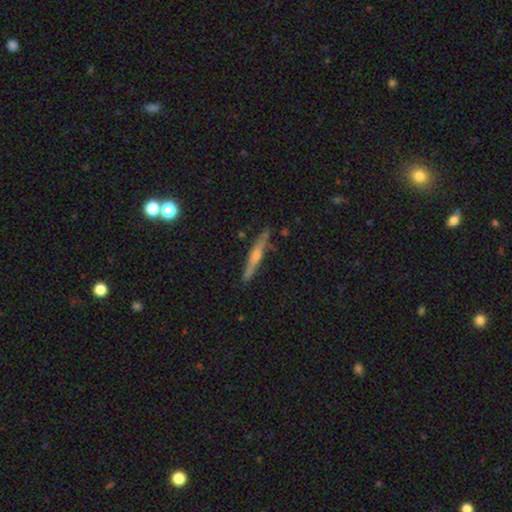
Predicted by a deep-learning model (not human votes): A featured or disk galaxy (65%) viewed edge-on (97%) with a rounded central bulge (77%). Merging: none (87%).